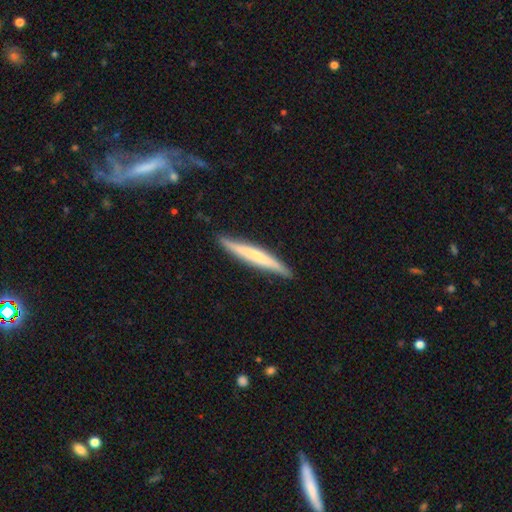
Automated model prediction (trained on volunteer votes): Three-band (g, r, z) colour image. It shows a smooth galaxy with no disk features (48%). Merging: none (84%).